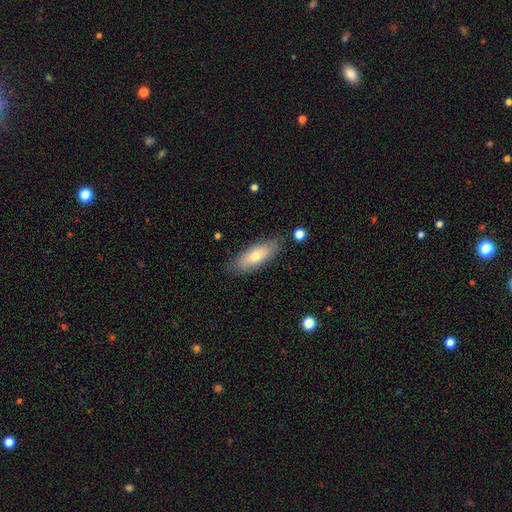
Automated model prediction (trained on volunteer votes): The model was most divided on "how rounded": in between: 66%, cigar-shaped: 31%, round: 3%. More confident: merging — none (83%); smooth or featured — smooth (66%).